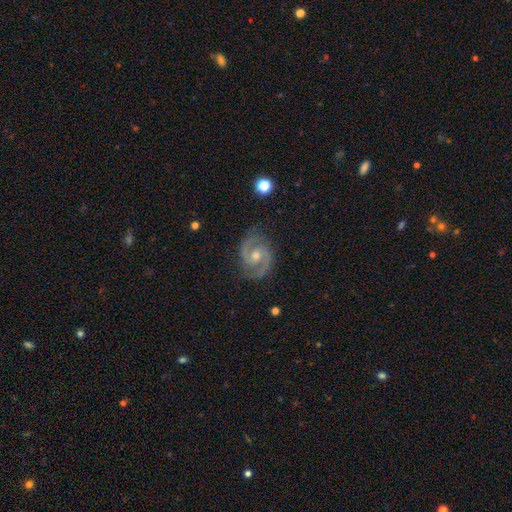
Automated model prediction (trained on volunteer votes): Q: Smooth or featured?
A: featured or disk (91%); runner-up: star or artifact (5%)
Q: Edge-on disk?
A: no (98%); runner-up: yes (2%)
Q: Bar?
A: no (51%); runner-up: weak (40%)
Q: Spiral arms?
A: yes (98%); runner-up: no (2%)
Q: Spiral winding?
A: medium (57%); runner-up: tight (33%)
Q: Spiral arm count?
A: 2 (94%); runner-up: can't tell (2%)
Q: Bulge size?
A: moderate (65%); runner-up: small (29%)
Q: Merging?
A: none (84%); runner-up: minor disturbance (12%)